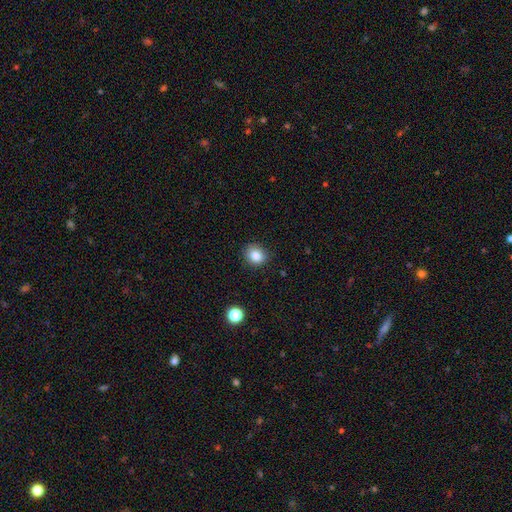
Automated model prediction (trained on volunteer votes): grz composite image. It shows a smooth galaxy with no disk features (84%) that is round (70%). Merging: none (86%).